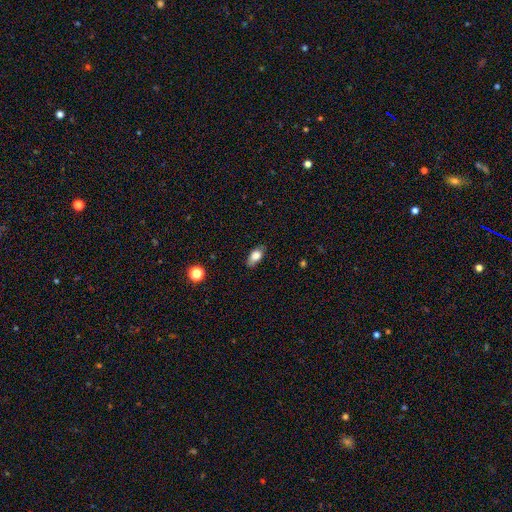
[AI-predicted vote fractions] This appears to be a smooth galaxy with no disk features (80%) that is in between round and cigar-shaped (87%). Merging: none (80%).